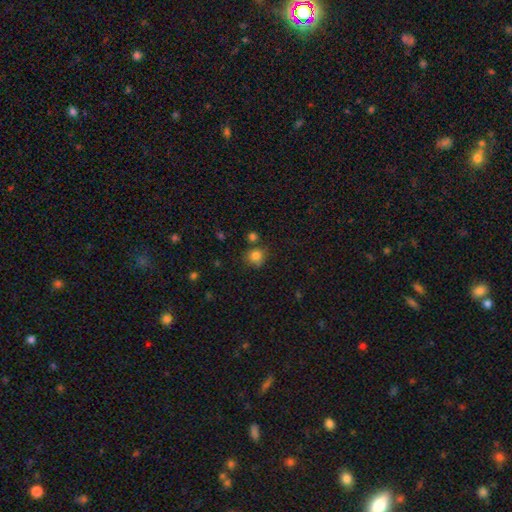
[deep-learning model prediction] A smooth galaxy with no disk features (82%) that is round (85%). Merging: none (67%).